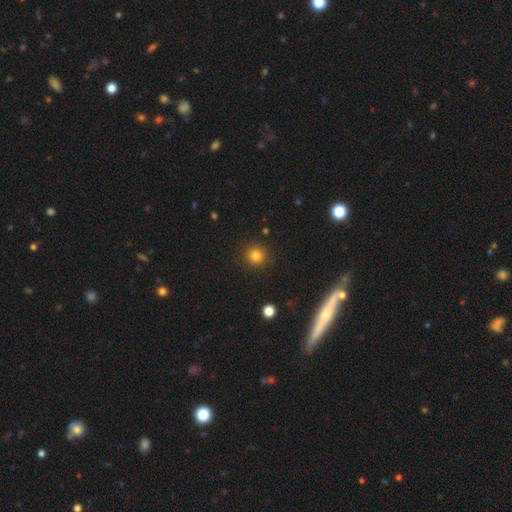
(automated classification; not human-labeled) This appears to be a smooth galaxy with no disk features (81%) that is round (94%). Merging: none (91%).